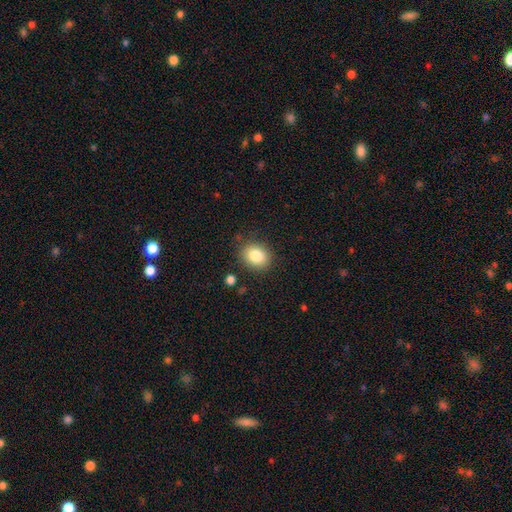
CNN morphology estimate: Smooth or featured? smooth (83%)
How rounded? round (61%)
Merging? none (85%)